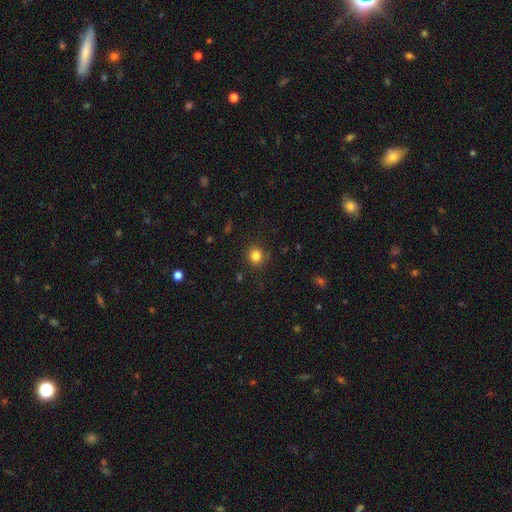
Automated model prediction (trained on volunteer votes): Smooth or featured? smooth (83%)
How rounded? round (84%)
Merging? none (86%)